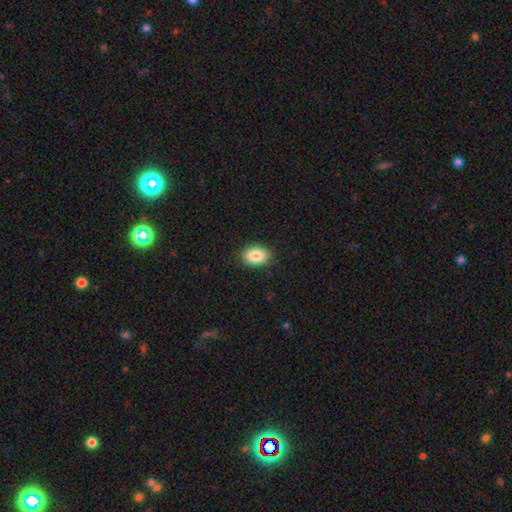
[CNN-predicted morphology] Smooth or featured? Predicted: smooth (p=0.86). How rounded? Predicted: in between (p=0.82). Merging? Predicted: none (p=0.89).